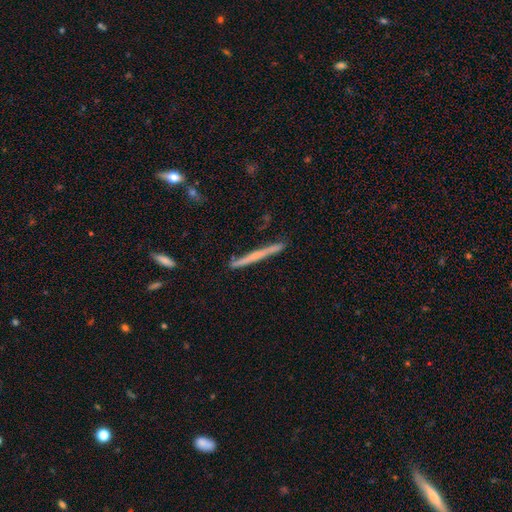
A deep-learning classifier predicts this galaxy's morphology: Smooth or featured?
  - featured or disk: 54% *
  - smooth: 40%
  - star or artifact: 7%
Edge-on disk?
  - yes: 97% *
  - no: 3%
Edge-on bulge?
  - none: 69% *
  - rounded: 24%
  - boxy: 7%
Merging?
  - none: 88% *
  - minor disturbance: 9%
  - major disturbance: 2%
  - merger: 2%